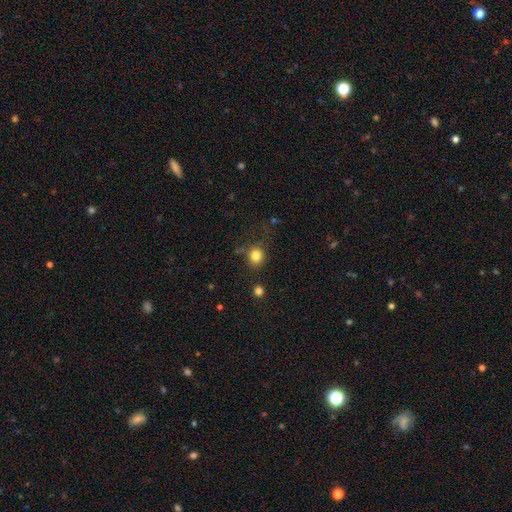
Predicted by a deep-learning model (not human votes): Smooth or featured?
  - smooth: 81% *
  - star or artifact: 13%
  - featured or disk: 6%
How rounded?
  - round: 87% *
  - in between: 12%
  - cigar-shaped: 1%
Merging?
  - none: 77% *
  - minor disturbance: 13%
  - major disturbance: 5%
  - merger: 4%